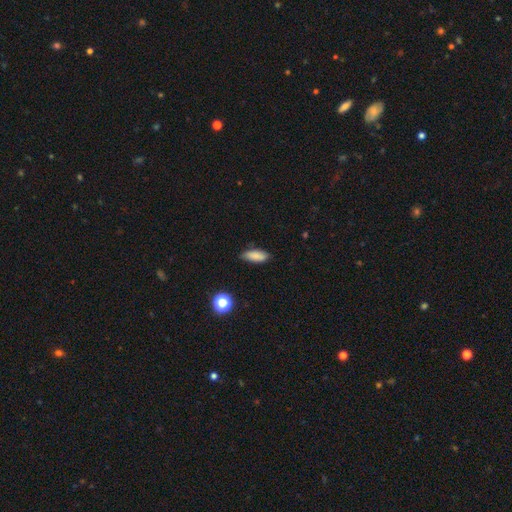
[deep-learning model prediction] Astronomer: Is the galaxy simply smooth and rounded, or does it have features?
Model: smooth — 85%.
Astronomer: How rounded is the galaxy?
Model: in between — 72%.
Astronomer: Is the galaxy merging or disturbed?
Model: none — 81%.